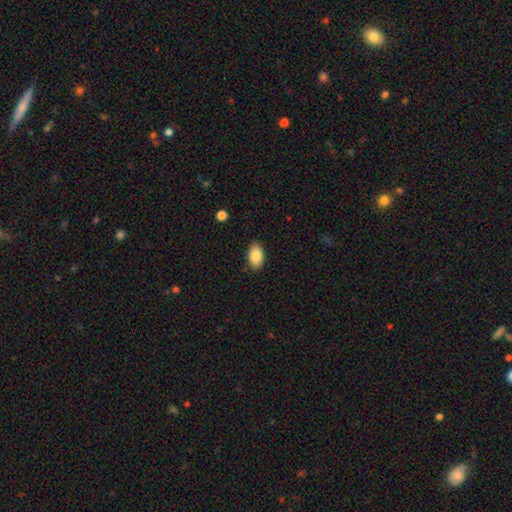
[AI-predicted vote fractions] smooth_or_featured: smooth (p=0.86) [alt: star or artifact p=0.07]
how_rounded: in between (p=0.93) [alt: round p=0.06]
merging: none (p=0.86) [alt: minor disturbance p=0.11]